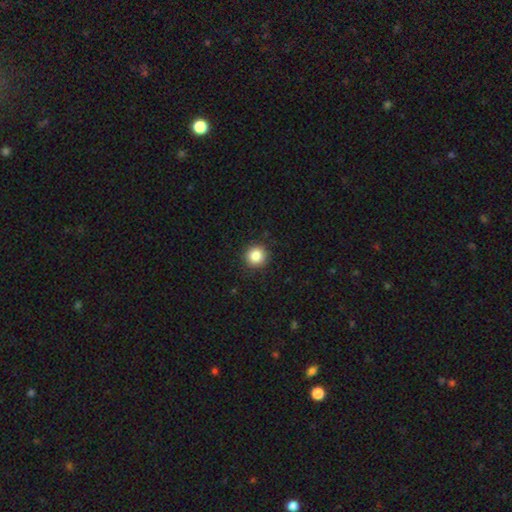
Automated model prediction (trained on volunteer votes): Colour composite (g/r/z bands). It shows a smooth galaxy with no disk features (86%) that is round (94%). Merging: none (91%).